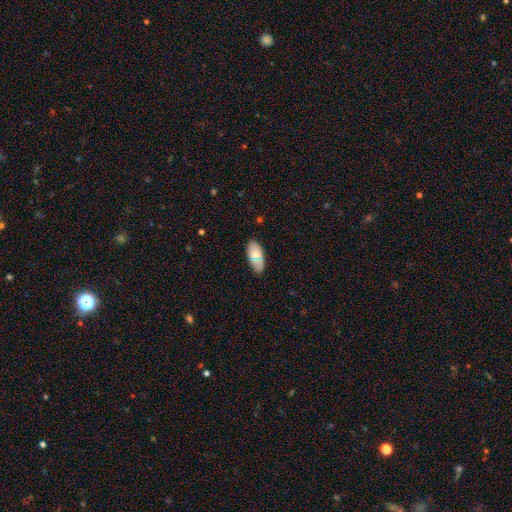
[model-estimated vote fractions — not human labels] Smooth or featured? Predicted: smooth (p=0.75). How rounded? Predicted: in between (p=0.91). Merging? Predicted: none (p=0.79).